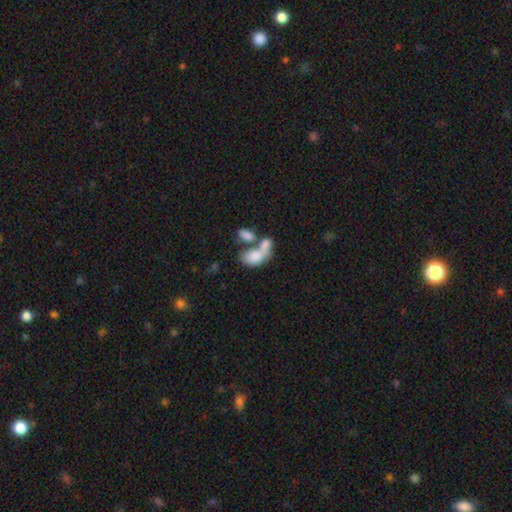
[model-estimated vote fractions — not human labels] Smooth or featured?
  - smooth: 74% *
  - featured or disk: 19%
  - star or artifact: 8%
How rounded?
  - in between: 89% *
  - round: 8%
  - cigar-shaped: 3%
Merging?
  - merger: 67% *
  - none: 16%
  - major disturbance: 9%
  - minor disturbance: 8%